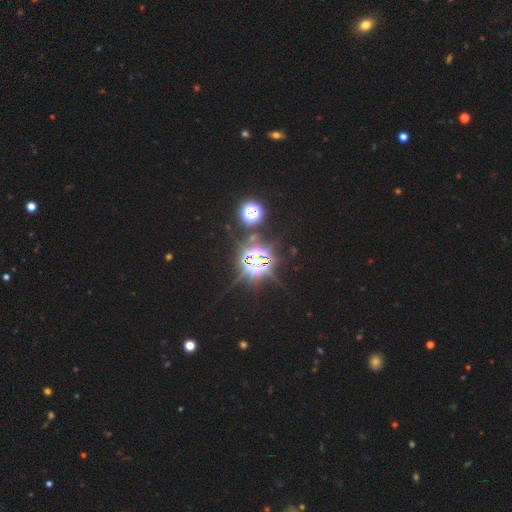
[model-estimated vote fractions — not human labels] This is clearly a star or artifact rather than a galaxy (83%).